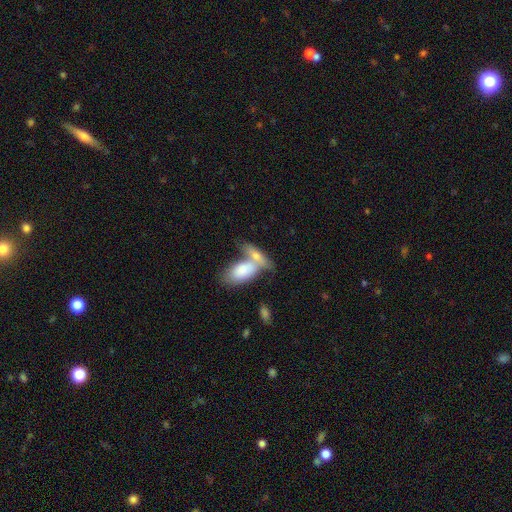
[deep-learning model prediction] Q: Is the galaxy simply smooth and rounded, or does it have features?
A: smooth — 72%.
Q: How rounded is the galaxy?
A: in between — 80%.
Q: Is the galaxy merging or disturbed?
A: merger — 60%.